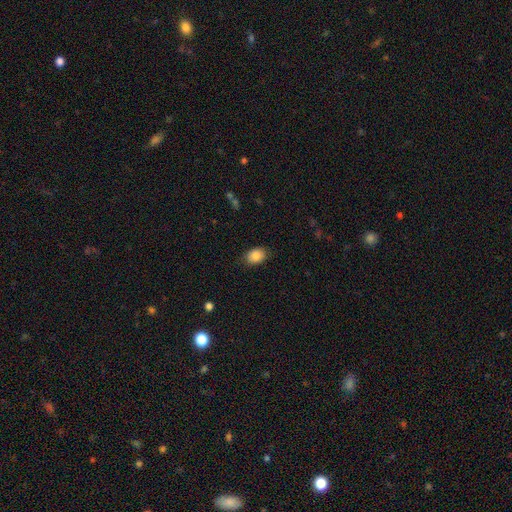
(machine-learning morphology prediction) Overall: smooth (87%). How rounded: in between (79%). Merging: none (82%).